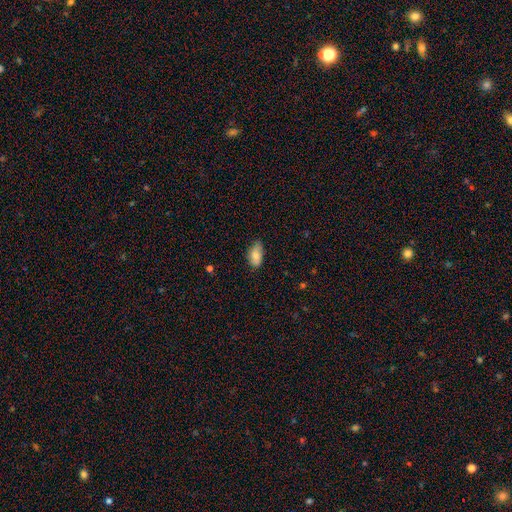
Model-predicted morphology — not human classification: Smooth or featured: smooth — 80% (featured or disk — 13%)
How rounded: in between — 93% (round — 4%)
Merging: none — 70% (minor disturbance — 25%)